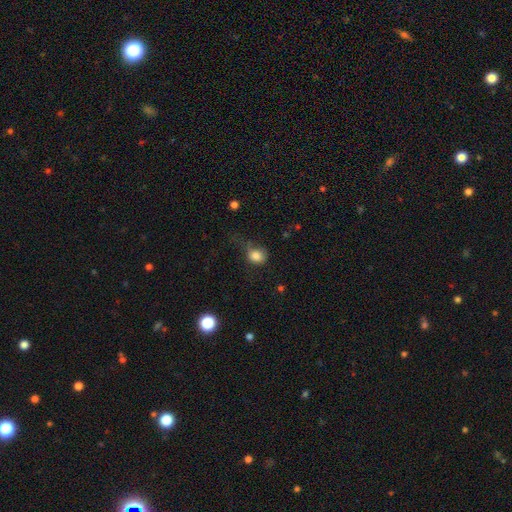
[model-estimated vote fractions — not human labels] Q: Smooth or featured?
A: smooth (82%); runner-up: star or artifact (10%)
Q: How rounded?
A: round (68%); runner-up: in between (31%)
Q: Merging?
A: none (41%); runner-up: minor disturbance (29%)